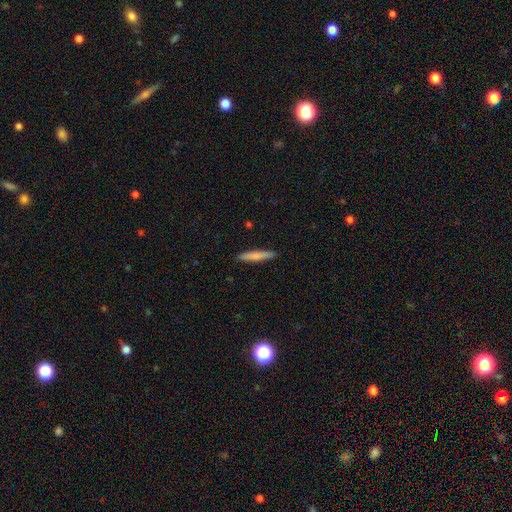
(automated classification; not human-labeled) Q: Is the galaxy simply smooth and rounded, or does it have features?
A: smooth — 77%.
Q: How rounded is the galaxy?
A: cigar-shaped — 93%.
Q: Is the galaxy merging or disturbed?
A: none — 90%.